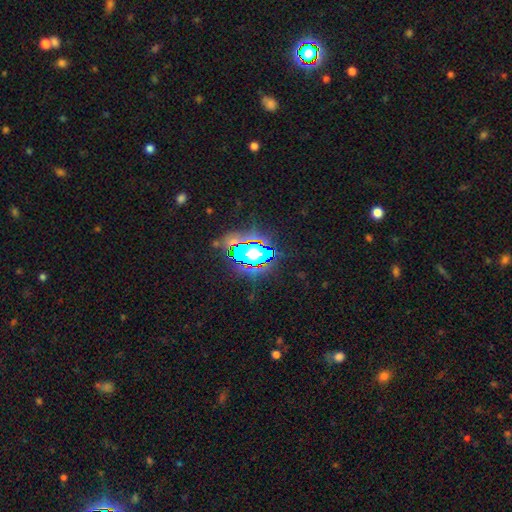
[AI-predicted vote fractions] Smooth or featured? Predicted: star or artifact (p=0.65).